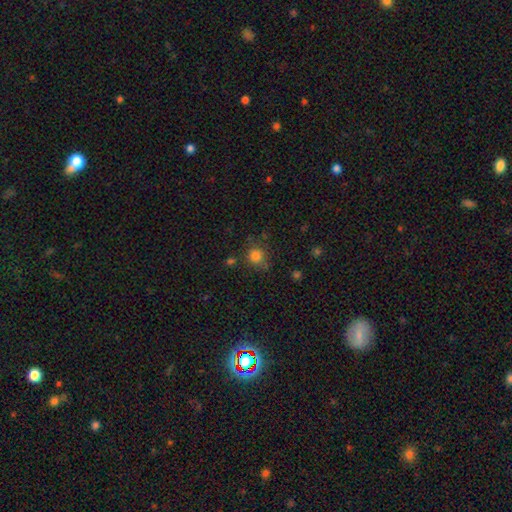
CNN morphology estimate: This is clearly a smooth galaxy (81%). How rounded: clearly round (89%). Merging: likely none (74%).